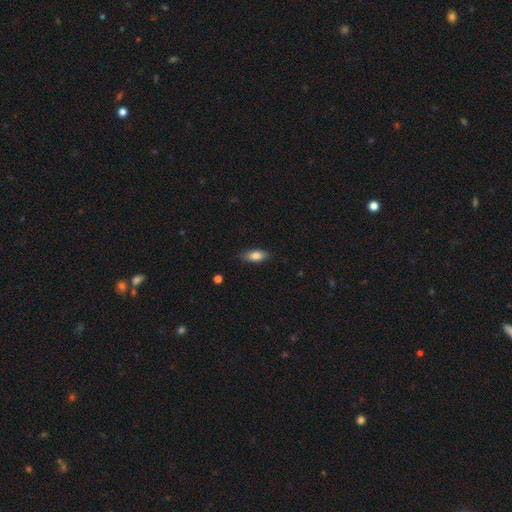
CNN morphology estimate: A smooth galaxy with no disk features (81%) that is in between round and cigar-shaped (81%).

Vote fractions:
- Smooth or featured? smooth: 81% / featured or disk: 11% / star or artifact: 7%
- How rounded? in between: 81% / cigar-shaped: 16% / round: 3%
- Merging? none: 81% / minor disturbance: 15% / major disturbance: 3% / merger: 1%